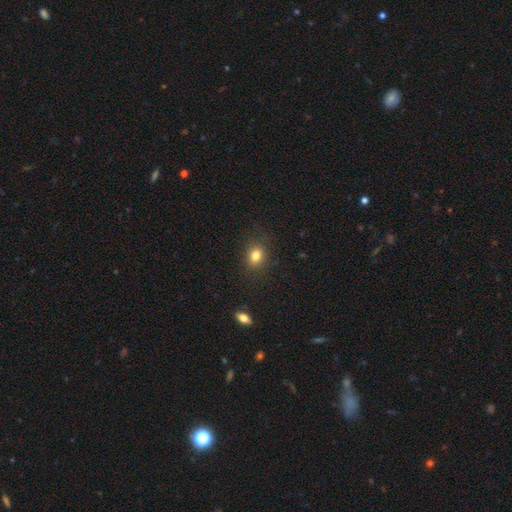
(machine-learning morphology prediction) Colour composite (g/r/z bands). It shows a smooth galaxy with no disk features (82%) that is in between round and cigar-shaped (50%). Merging: none (85%).